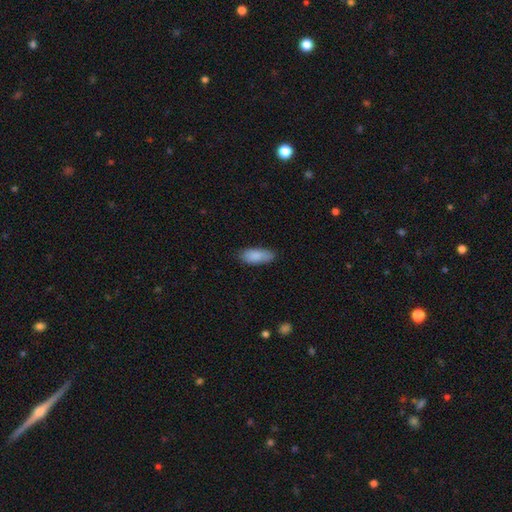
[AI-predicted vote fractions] Smooth or featured?
  - smooth: 87% *
  - featured or disk: 8%
  - star or artifact: 6%
How rounded?
  - in between: 85% *
  - cigar-shaped: 13%
  - round: 2%
Merging?
  - none: 80% *
  - minor disturbance: 16%
  - major disturbance: 3%
  - merger: 1%